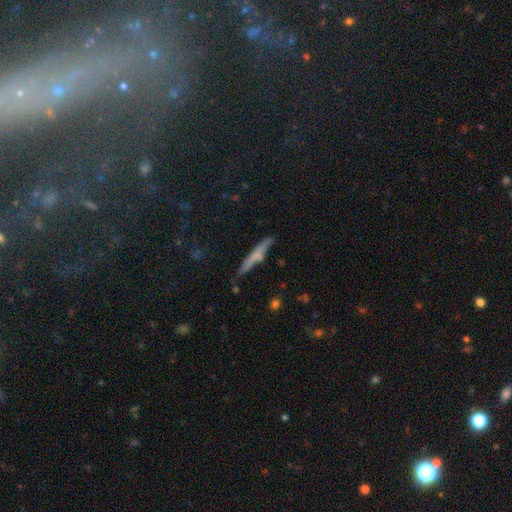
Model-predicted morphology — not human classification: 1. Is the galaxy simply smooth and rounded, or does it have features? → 54% smooth, 38% featured or disk, 8% star or artifact.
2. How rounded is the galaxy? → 92% cigar-shaped, 6% in between, 2% round.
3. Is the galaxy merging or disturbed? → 76% none, 16% minor disturbance, 4% merger, 4% major disturbance.